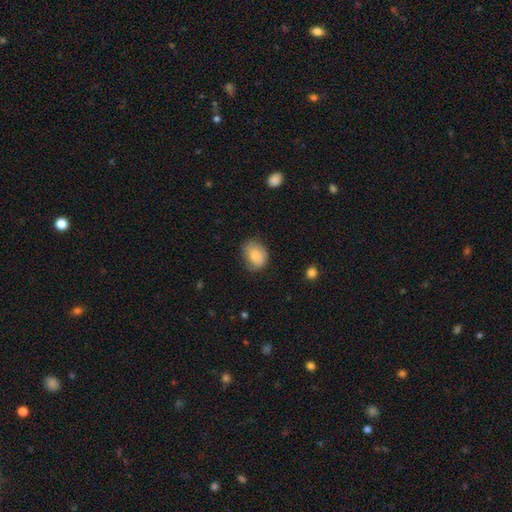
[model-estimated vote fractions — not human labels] The model was most divided on "how rounded": in between: 65%, round: 34%, cigar-shaped: 1%. More confident: smooth or featured — smooth (82%); merging — none (66%).